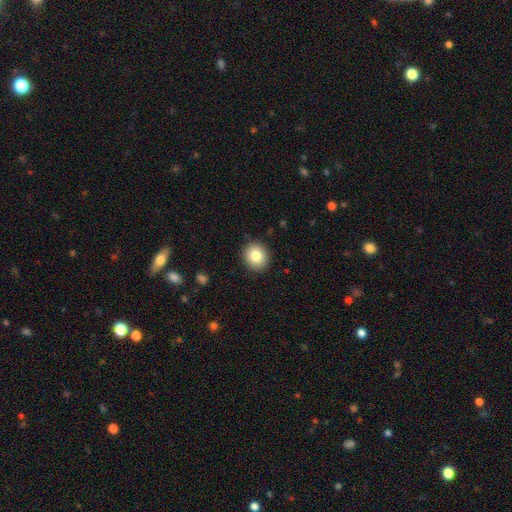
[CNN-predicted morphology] The model was most divided on "how rounded": round: 81%, in between: 18%, cigar-shaped: 1%. More confident: merging — none (90%); smooth or featured — smooth (82%).